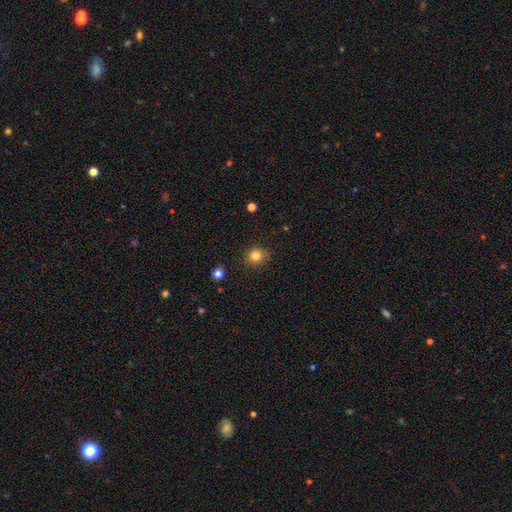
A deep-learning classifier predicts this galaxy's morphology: smooth-or-featured: smooth: 82% | star or artifact: 12% | featured or disk: 5%
  how-rounded: round: 88% | in between: 12% | cigar-shaped: 1%
  merging: none: 87% | minor disturbance: 9% | major disturbance: 2% | merger: 1%